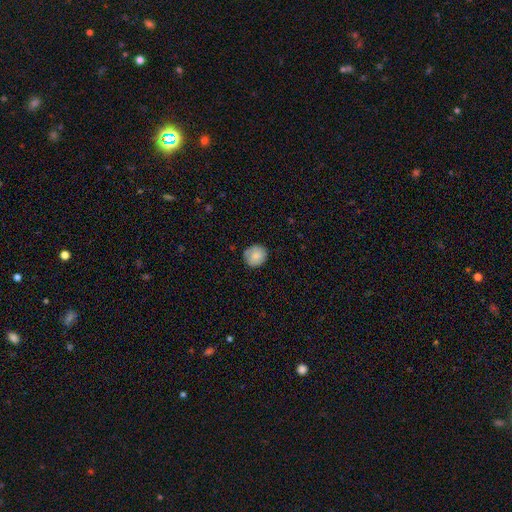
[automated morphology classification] A smooth galaxy with no disk features (82%) that is round (85%).

Vote fractions:
- Smooth or featured? smooth: 82% / featured or disk: 11% / star or artifact: 7%
- How rounded? round: 85% / in between: 14% / cigar-shaped: 1%
- Merging? none: 80% / minor disturbance: 16% / major disturbance: 3% / merger: 1%